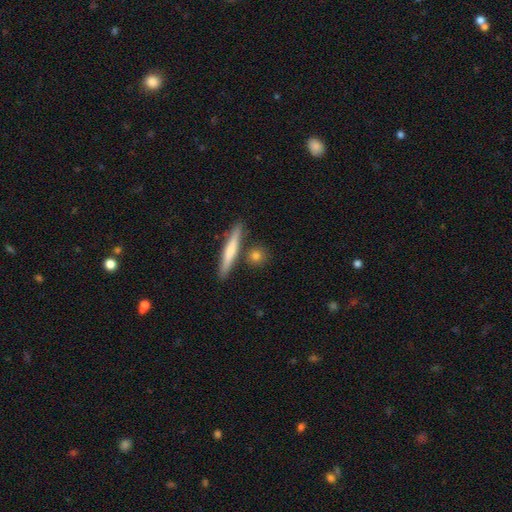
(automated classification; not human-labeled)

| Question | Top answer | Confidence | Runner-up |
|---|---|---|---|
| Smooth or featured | smooth | 73% | featured or disk (20%) |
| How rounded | round | 53% | cigar-shaped (33%) |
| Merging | none | 79% | minor disturbance (9%) |